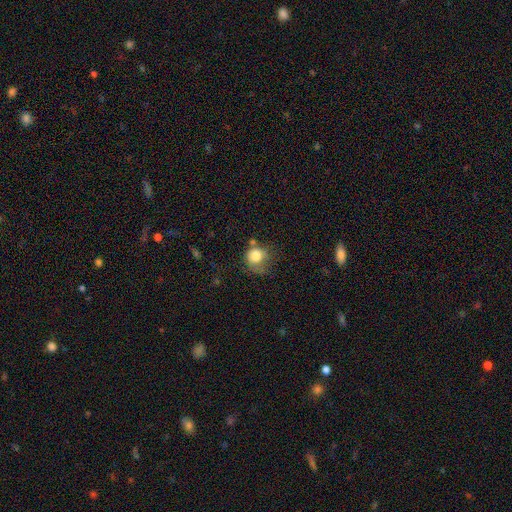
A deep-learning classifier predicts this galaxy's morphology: A smooth galaxy with no disk features (79%) that is round (78%).

Vote fractions:
- Smooth or featured? smooth: 79% / featured or disk: 11% / star or artifact: 10%
- How rounded? round: 78% / in between: 21% / cigar-shaped: 1%
- Merging? none: 39% / minor disturbance: 30% / major disturbance: 22% / merger: 9%